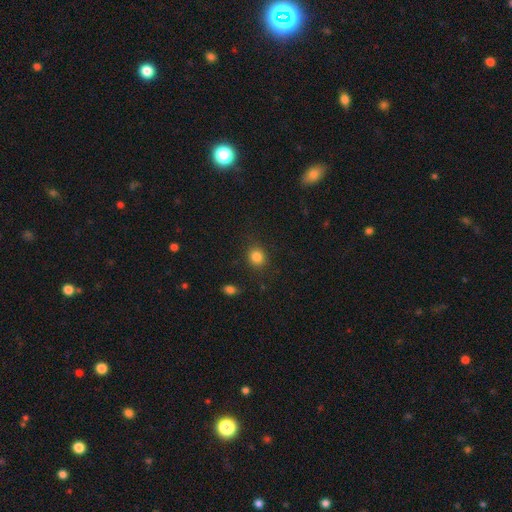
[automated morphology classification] Smooth or featured? smooth (84%)
How rounded? round (78%)
Merging? none (86%)